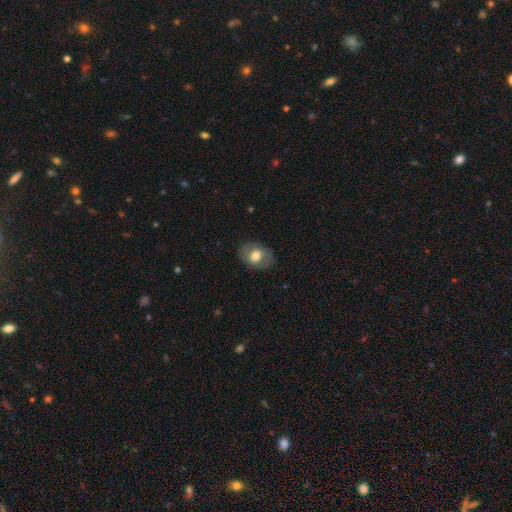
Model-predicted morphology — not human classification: smooth 62%, featured or disk 31%, star or artifact 7%. Down the decision tree: how rounded — in between (64%); merging — none (80%).